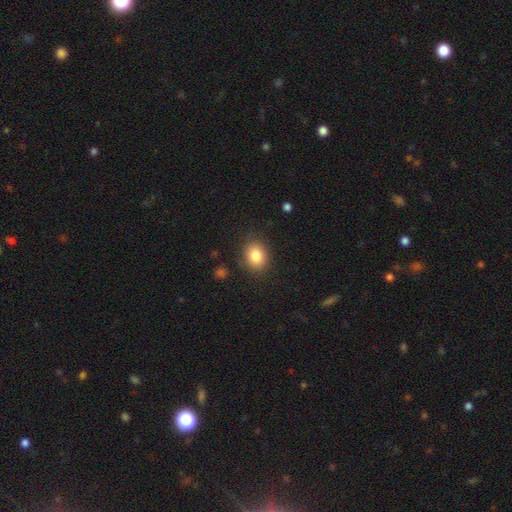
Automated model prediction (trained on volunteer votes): smooth 84%, star or artifact 9%, featured or disk 7%. Down the decision tree: how rounded — in between (51%); merging — none (85%).